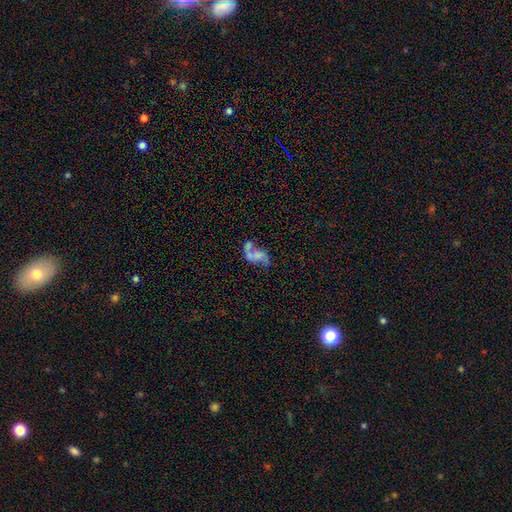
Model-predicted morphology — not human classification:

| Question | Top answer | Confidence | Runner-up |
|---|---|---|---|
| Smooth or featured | featured or disk | 59% | smooth (30%) |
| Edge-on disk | no | 97% | yes (3%) |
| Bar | no | 69% | weak (23%) |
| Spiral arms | yes | 60% | no (40%) |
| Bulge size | none | 64% | small (17%) |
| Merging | merger | 40% | none (23%) |